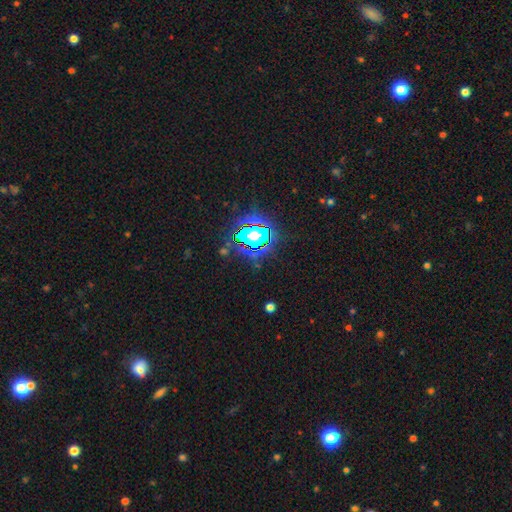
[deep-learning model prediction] A star or artifact, not a galaxy (81%).

Vote fractions:
- Smooth or featured? star or artifact: 81% / smooth: 12% / featured or disk: 7%